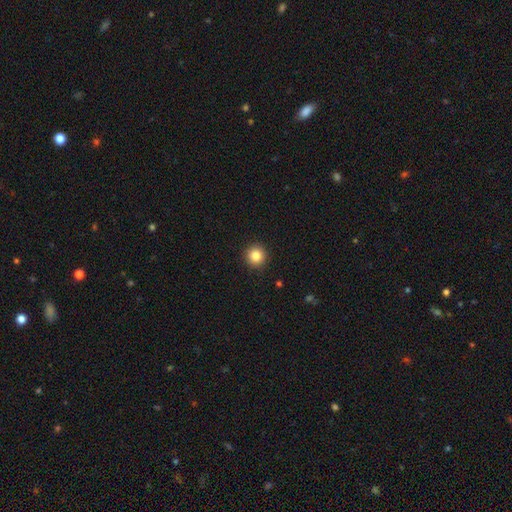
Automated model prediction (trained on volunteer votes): This is clearly a smooth galaxy (85%). How rounded: clearly round (95%). Merging: clearly none (93%).